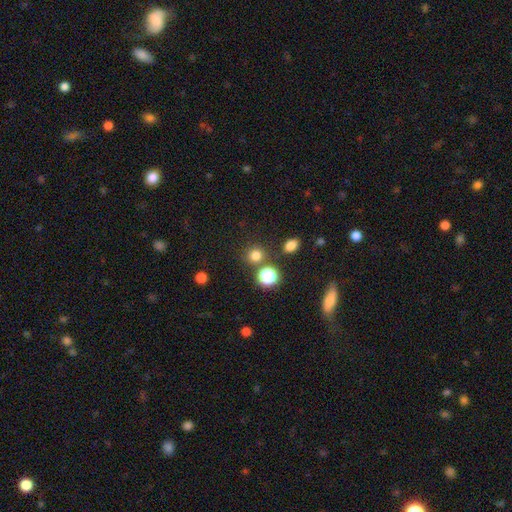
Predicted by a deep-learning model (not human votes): smooth 75%, star or artifact 19%, featured or disk 5%. Down the decision tree: how rounded — round (89%); merging — none (80%).